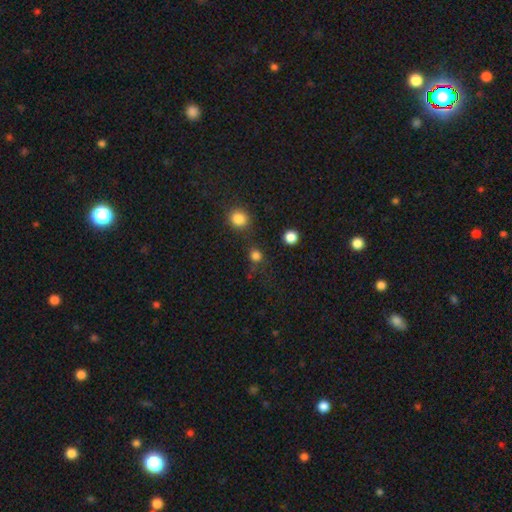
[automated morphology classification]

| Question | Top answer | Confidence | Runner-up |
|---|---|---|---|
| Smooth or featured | smooth | 78% | star or artifact (17%) |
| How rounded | round | 87% | in between (12%) |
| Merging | none | 75% | minor disturbance (10%) |